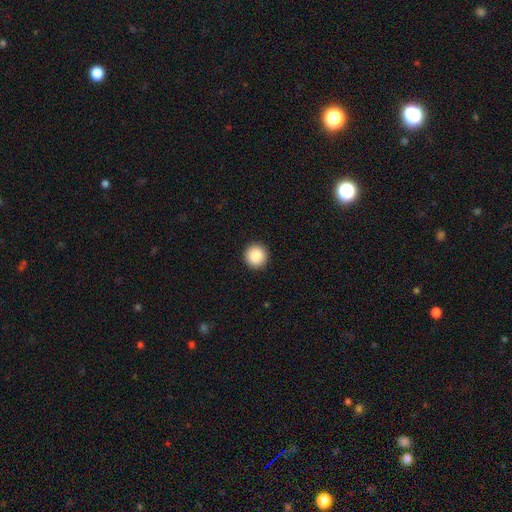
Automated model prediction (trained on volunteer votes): Smooth or featured: smooth — 87% (star or artifact — 8%)
How rounded: round — 96% (in between — 4%)
Merging: none — 93% (minor disturbance — 4%)